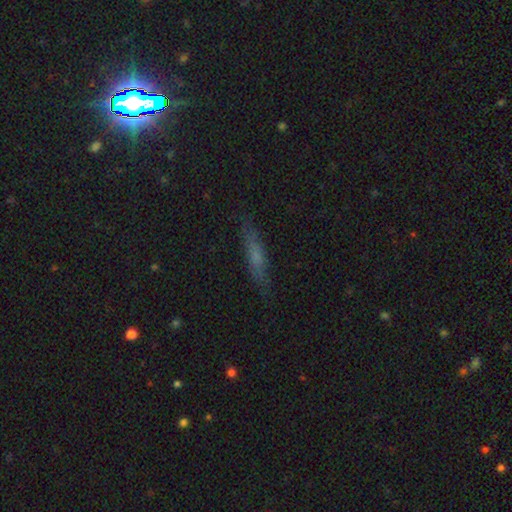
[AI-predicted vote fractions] Morphology: type=smooth (47%); merging=none (84%).